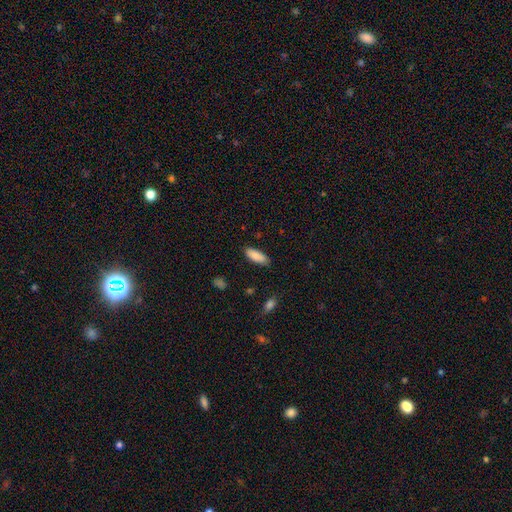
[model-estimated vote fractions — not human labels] Morphology: type=smooth (87%); roundness=in between (68%); merging=none (85%).